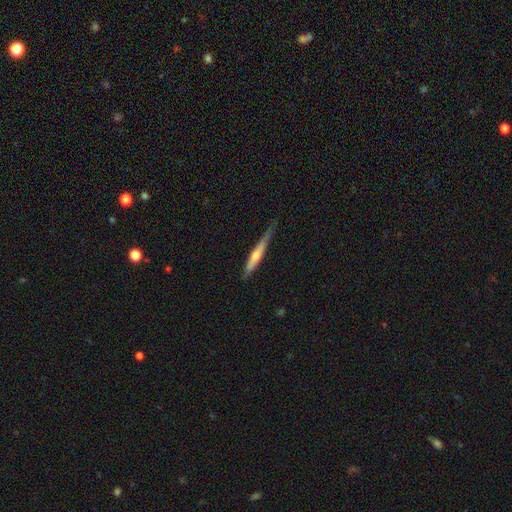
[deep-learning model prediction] smooth 48%, featured or disk 47%, star or artifact 6%. Down the decision tree: merging — none (69%).